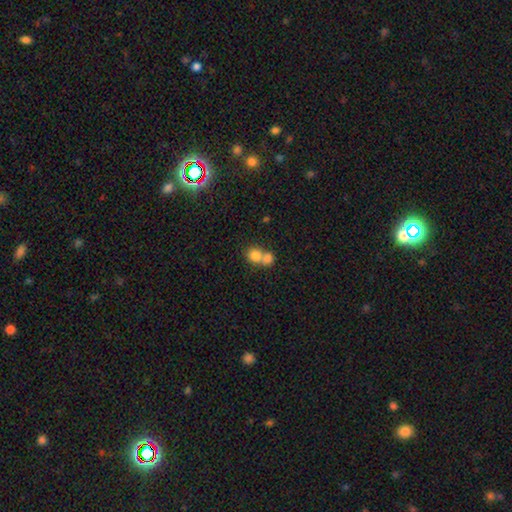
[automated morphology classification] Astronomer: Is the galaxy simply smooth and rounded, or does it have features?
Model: smooth — 78%.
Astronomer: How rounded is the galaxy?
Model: round — 76%.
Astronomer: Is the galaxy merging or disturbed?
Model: merger — 62%.